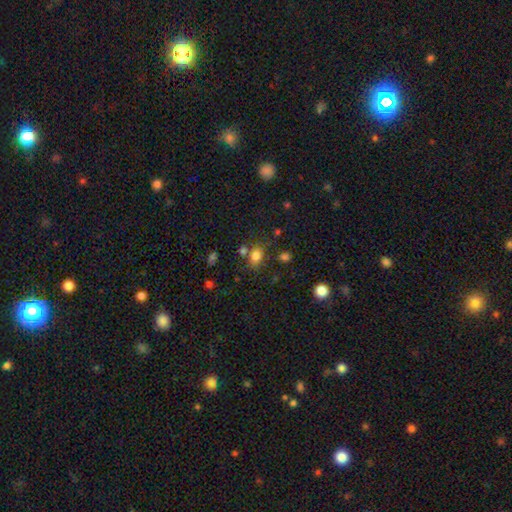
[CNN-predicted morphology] Smooth or featured?
  - smooth: 78% *
  - star or artifact: 14%
  - featured or disk: 8%
How rounded?
  - in between: 59% *
  - round: 39%
  - cigar-shaped: 1%
Merging?
  - none: 65% *
  - minor disturbance: 15%
  - merger: 15%
  - major disturbance: 5%